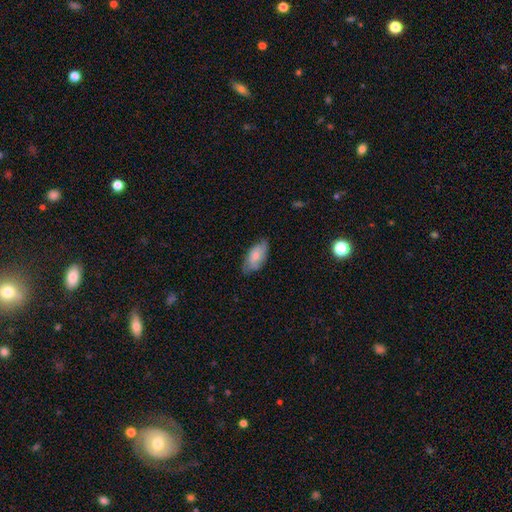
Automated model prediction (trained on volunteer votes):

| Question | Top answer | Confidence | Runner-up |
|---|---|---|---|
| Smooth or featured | smooth | 65% | featured or disk (29%) |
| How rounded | in between | 90% | cigar-shaped (7%) |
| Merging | none | 68% | minor disturbance (25%) |